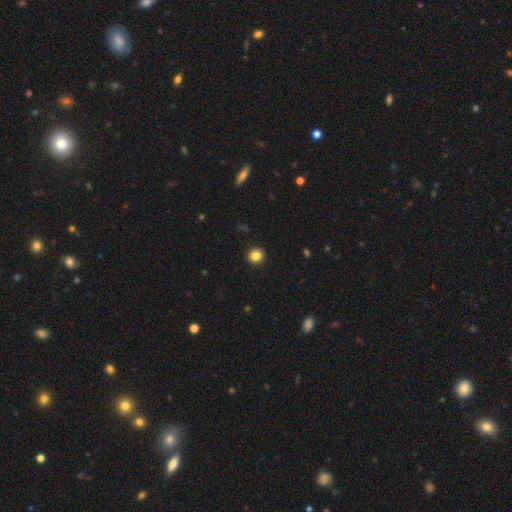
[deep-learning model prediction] The model was most divided on "smooth or featured": smooth: 84%, star or artifact: 11%, featured or disk: 5%. More confident: how rounded — round (94%); merging — none (93%).